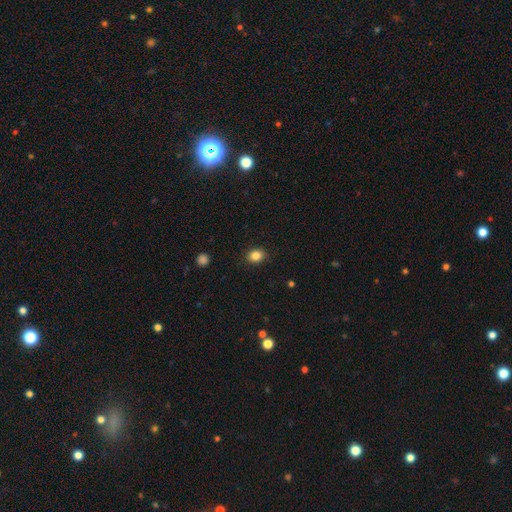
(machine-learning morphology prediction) The model was most divided on "how rounded": round: 54%, in between: 45%, cigar-shaped: 1%. More confident: merging — none (89%); smooth or featured — smooth (85%).